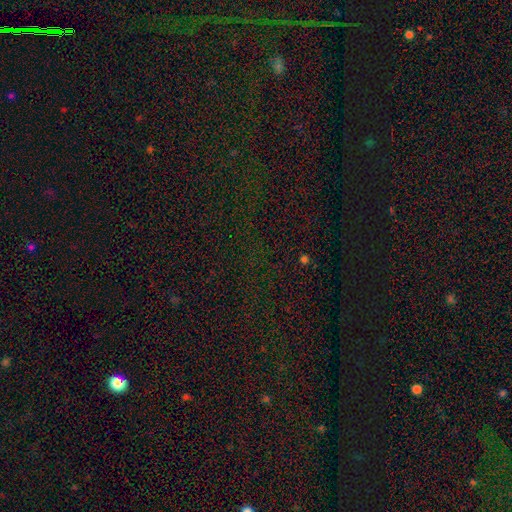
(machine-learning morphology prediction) smooth-or-featured: star or artifact: 78% | smooth: 13% | featured or disk: 9%